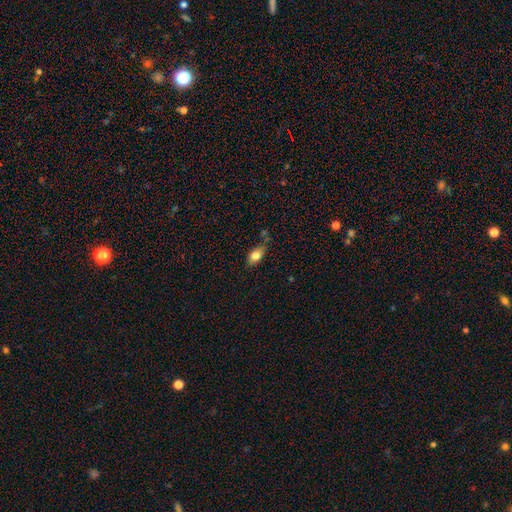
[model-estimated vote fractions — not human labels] Smooth or featured: smooth — 77% (featured or disk — 15%)
How rounded: in between — 84% (round — 9%)
Merging: none — 64% (minor disturbance — 24%)